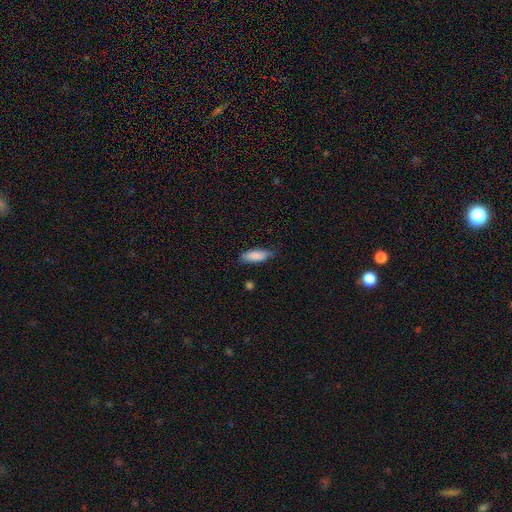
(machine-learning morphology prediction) Smooth or featured? smooth (86%)
How rounded? in between (63%)
Merging? none (74%)